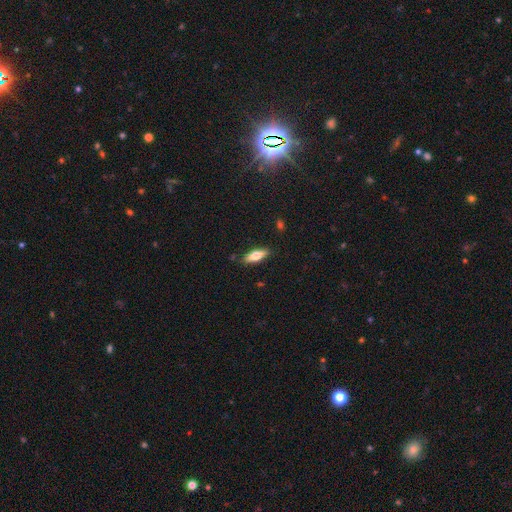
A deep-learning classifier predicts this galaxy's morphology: The model was most divided on "how rounded": in between: 60%, cigar-shaped: 38%, round: 2%. More confident: merging — none (86%); smooth or featured — smooth (67%).